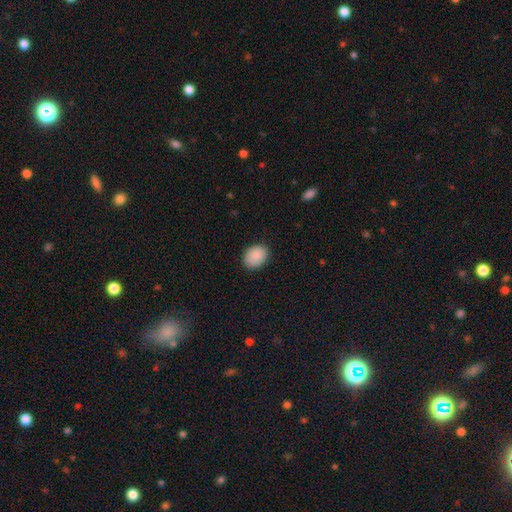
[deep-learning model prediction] A smooth galaxy with no disk features (89%) that is in between round and cigar-shaped (66%).

Vote fractions:
- Smooth or featured? smooth: 89% / star or artifact: 7% / featured or disk: 4%
- How rounded? in between: 66% / round: 33% / cigar-shaped: 1%
- Merging? none: 86% / minor disturbance: 11% / major disturbance: 2% / merger: 1%